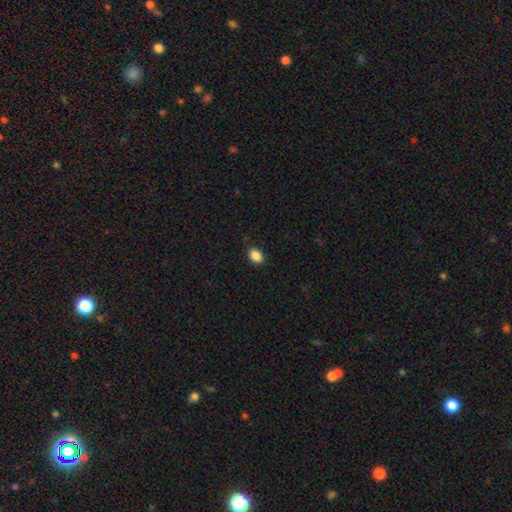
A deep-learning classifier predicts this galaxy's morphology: Smooth or featured? smooth (88%)
How rounded? in between (66%)
Merging? none (88%)